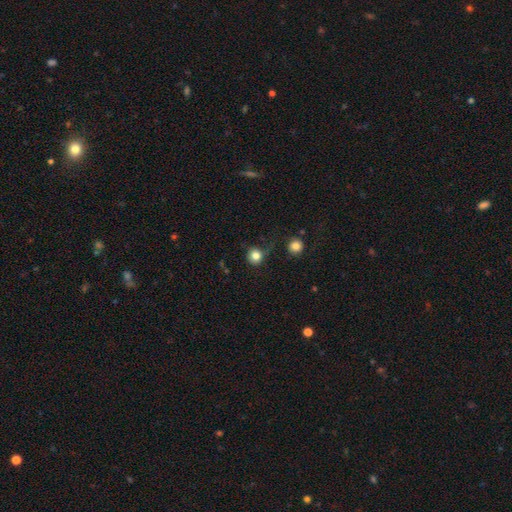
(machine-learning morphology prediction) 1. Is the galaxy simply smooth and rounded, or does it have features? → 82% smooth, 11% star or artifact, 7% featured or disk.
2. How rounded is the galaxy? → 90% round, 9% in between, 1% cigar-shaped.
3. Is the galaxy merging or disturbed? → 63% none, 21% minor disturbance, 11% major disturbance, 5% merger.